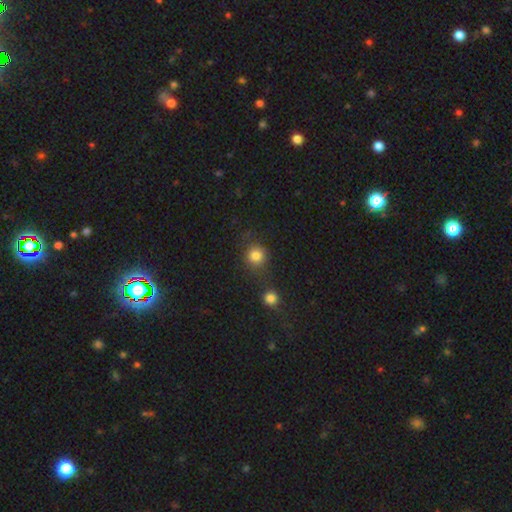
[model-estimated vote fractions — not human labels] Smooth or featured? Predicted: smooth (p=0.82). How rounded? Predicted: round (p=0.90). Merging? Predicted: none (p=0.68).